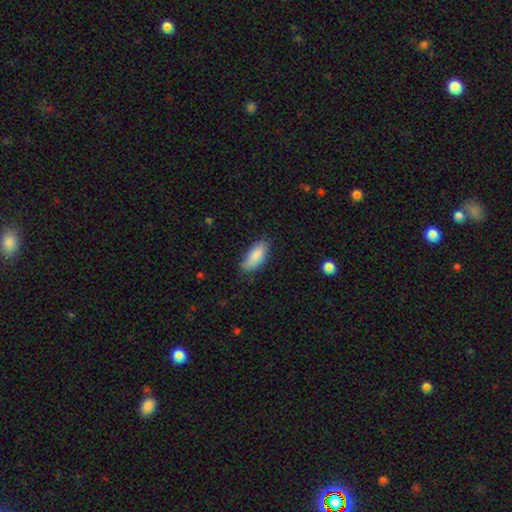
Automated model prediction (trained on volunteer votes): This is clearly a smooth galaxy (88%). How rounded: clearly in between (83%). Merging: likely none (77%).